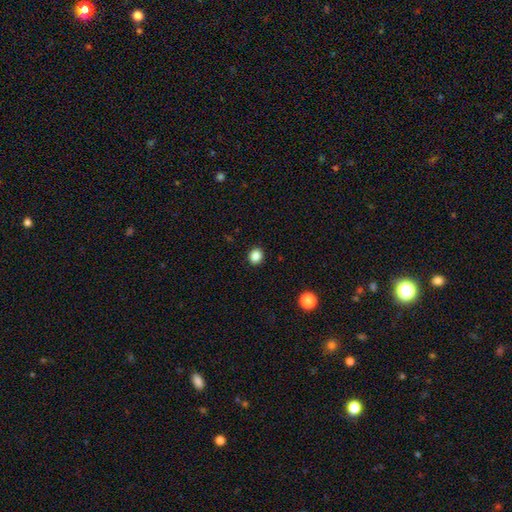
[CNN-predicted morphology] The model was most divided on "how rounded": round: 77%, in between: 22%, cigar-shaped: 1%. More confident: merging — none (92%); smooth or featured — smooth (87%).